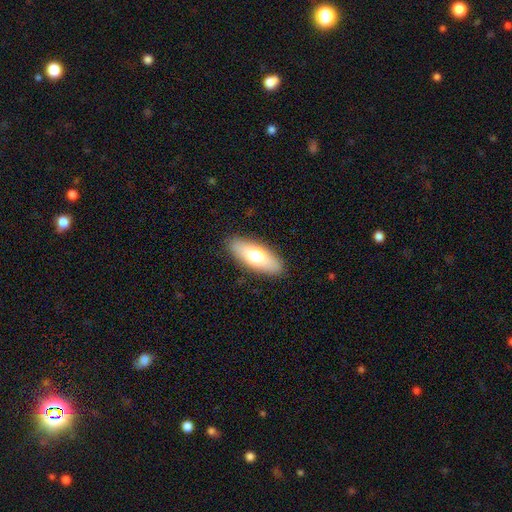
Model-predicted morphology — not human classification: This appears to be a smooth galaxy with no disk features (70%) that is in between round and cigar-shaped (69%). Merging: none (89%).